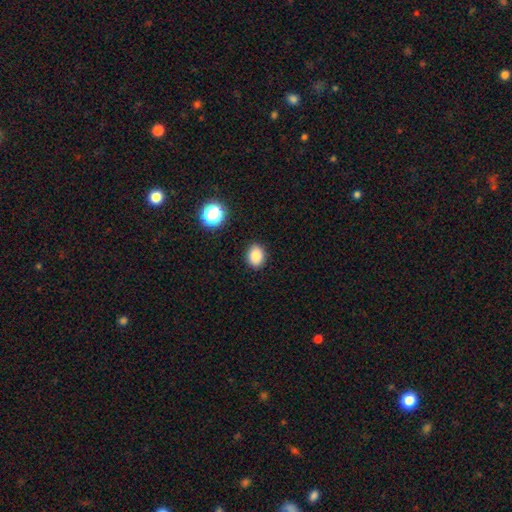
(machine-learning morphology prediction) Q: Smooth or featured?
A: smooth (84%); runner-up: star or artifact (11%)
Q: How rounded?
A: in between (52%); runner-up: round (47%)
Q: Merging?
A: none (88%); runner-up: minor disturbance (8%)